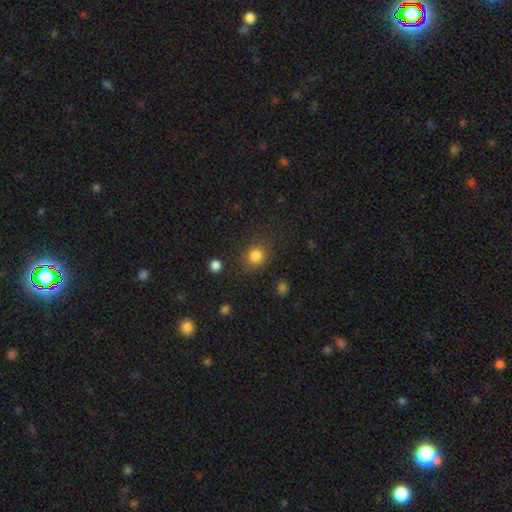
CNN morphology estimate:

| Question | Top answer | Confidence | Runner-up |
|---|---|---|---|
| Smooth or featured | smooth | 84% | star or artifact (12%) |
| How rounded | round | 86% | in between (14%) |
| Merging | none | 85% | minor disturbance (9%) |